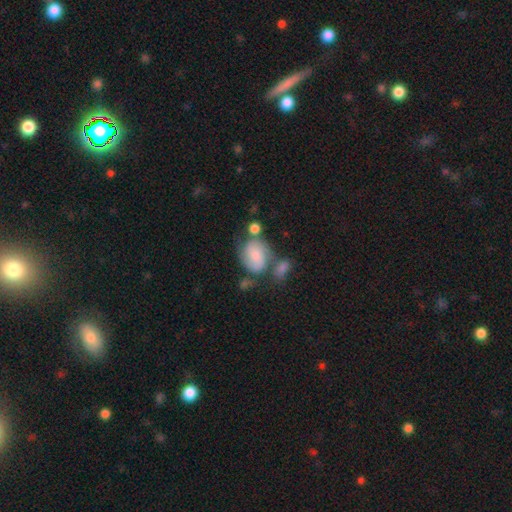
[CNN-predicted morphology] Q: Smooth or featured?
A: featured or disk (47%); runner-up: smooth (45%)
Q: Merging?
A: none (42%); runner-up: merger (26%)